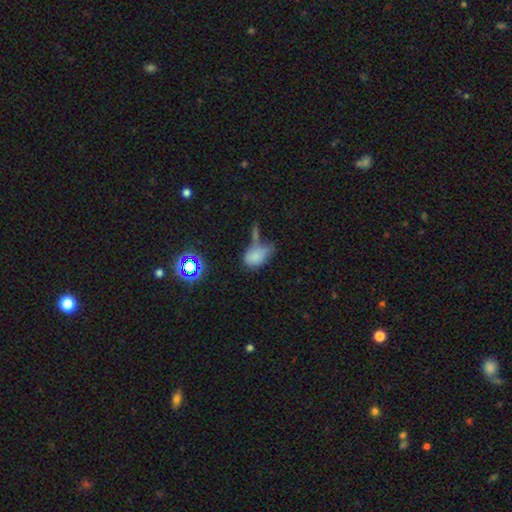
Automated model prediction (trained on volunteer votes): smooth-or-featured: smooth: 73% | star or artifact: 15% | featured or disk: 12%
  how-rounded: in between: 87% | round: 10% | cigar-shaped: 3%
  merging: merger: 29% (tied) | none: 29% (tied) | minor disturbance: 21% | major disturbance: 20%